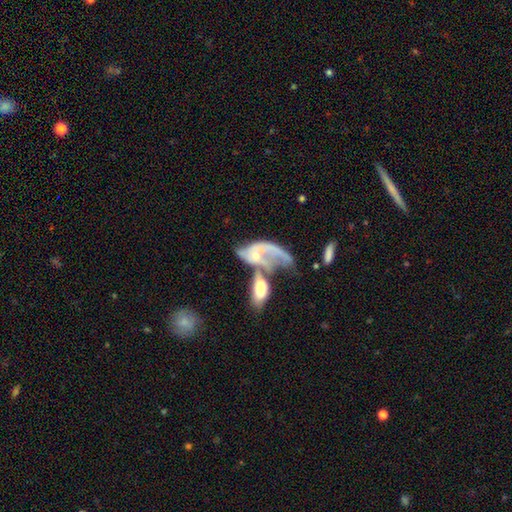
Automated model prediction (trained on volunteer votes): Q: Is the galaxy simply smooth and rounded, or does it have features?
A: featured or disk — 64%.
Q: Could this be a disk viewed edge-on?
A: no — 92%.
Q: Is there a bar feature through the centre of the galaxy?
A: no — 72%.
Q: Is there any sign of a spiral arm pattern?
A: yes — 60%.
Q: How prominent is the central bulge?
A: small — 51%.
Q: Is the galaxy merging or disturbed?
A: merger — 52%.